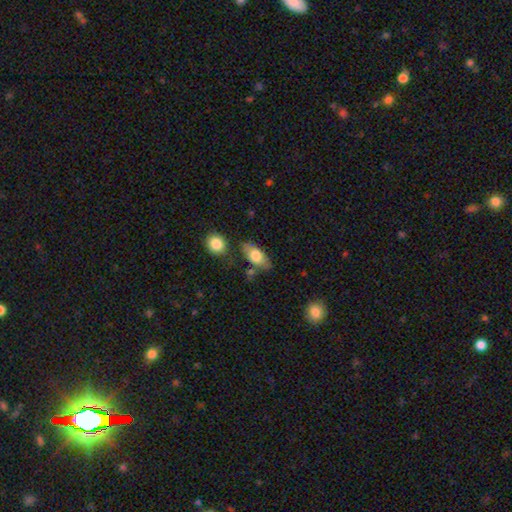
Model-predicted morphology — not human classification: Q: Smooth or featured?
A: smooth (74%); runner-up: featured or disk (20%)
Q: How rounded?
A: in between (87%); runner-up: cigar-shaped (8%)
Q: Merging?
A: none (70%); runner-up: minor disturbance (17%)